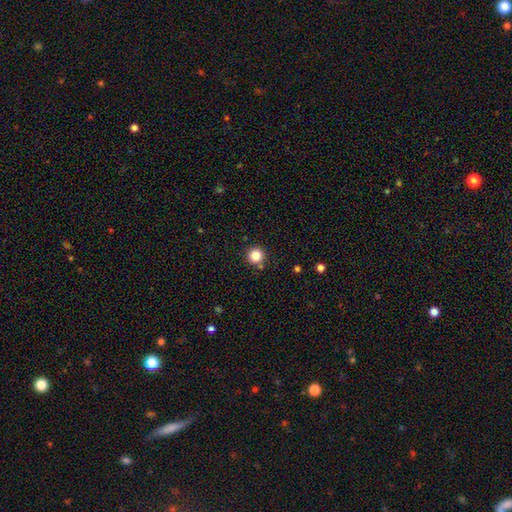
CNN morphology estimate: smooth_or_featured: smooth (p=0.84) [alt: star or artifact p=0.12]
how_rounded: round (p=0.96) [alt: in between p=0.03]
merging: none (p=0.87) [alt: minor disturbance p=0.07]